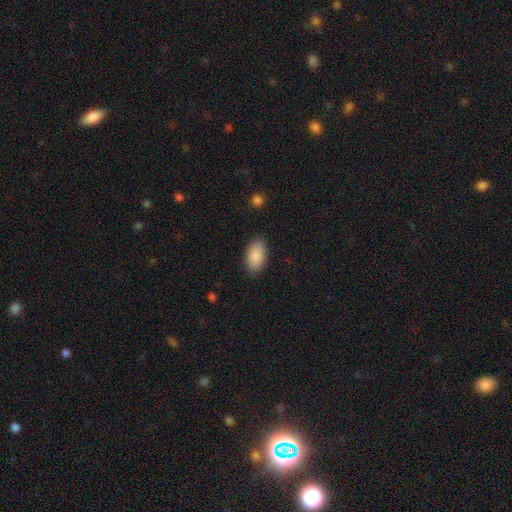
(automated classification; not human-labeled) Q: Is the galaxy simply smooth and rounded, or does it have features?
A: smooth — 89%.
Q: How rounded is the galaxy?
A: in between — 94%.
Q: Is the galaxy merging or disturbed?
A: none — 86%.